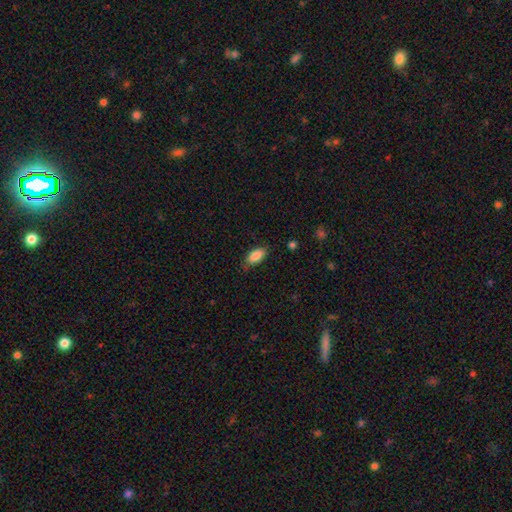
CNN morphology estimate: Smooth or featured? Predicted: smooth (p=0.87). How rounded? Predicted: in between (p=0.89). Merging? Predicted: none (p=0.75).